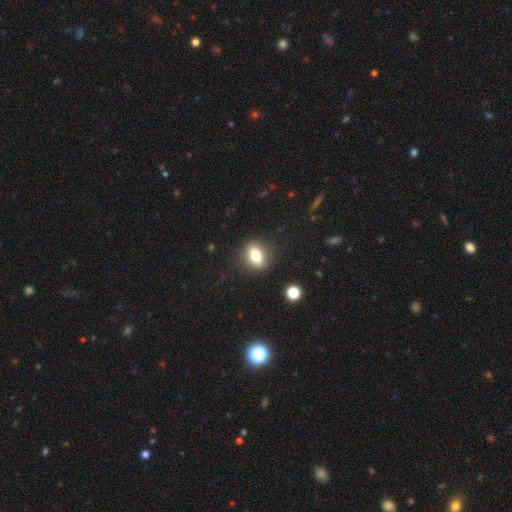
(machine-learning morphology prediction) The model was most divided on "how rounded": in between: 73%, round: 23%, cigar-shaped: 5%. More confident: merging — none (87%); smooth or featured — smooth (79%).